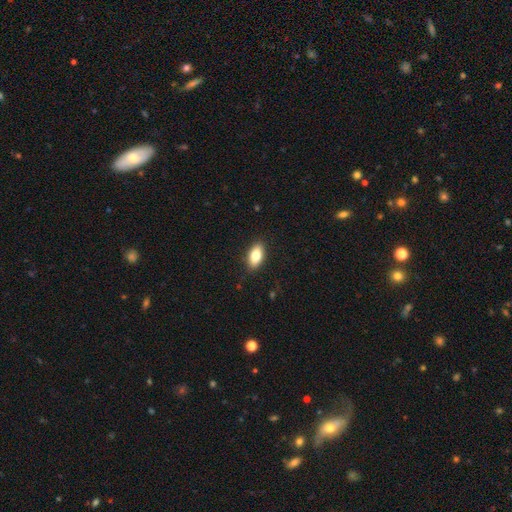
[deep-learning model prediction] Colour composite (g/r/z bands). It shows a smooth galaxy with no disk features (80%) that is in between round and cigar-shaped (90%). Merging: none (87%).